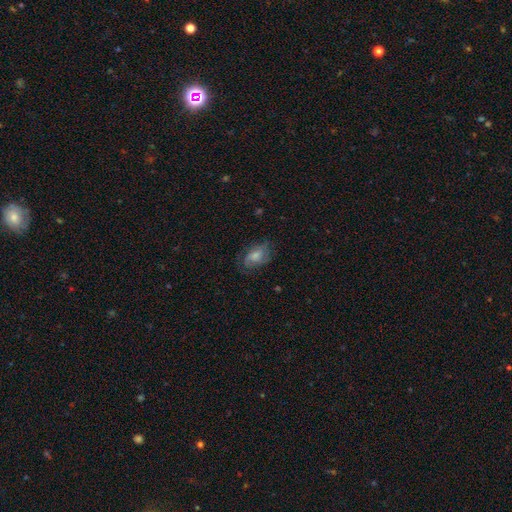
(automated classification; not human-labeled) smooth-or-featured: smooth: 47% | featured or disk: 44% | star or artifact: 9%
  merging: none: 63% | minor disturbance: 23% | major disturbance: 13% | merger: 1%